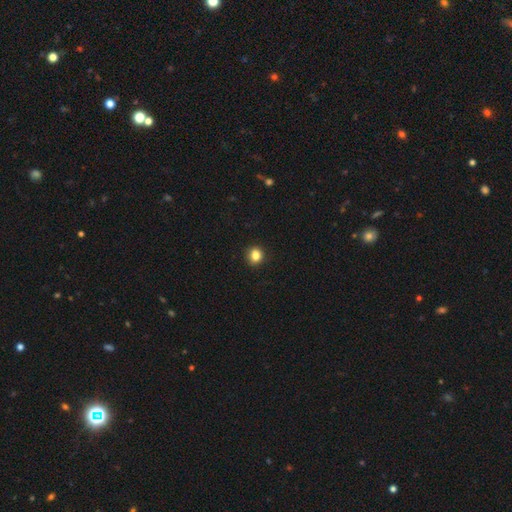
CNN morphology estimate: Smooth or featured? Predicted: smooth (p=0.84). How rounded? Predicted: round (p=0.77). Merging? Predicted: none (p=0.91).